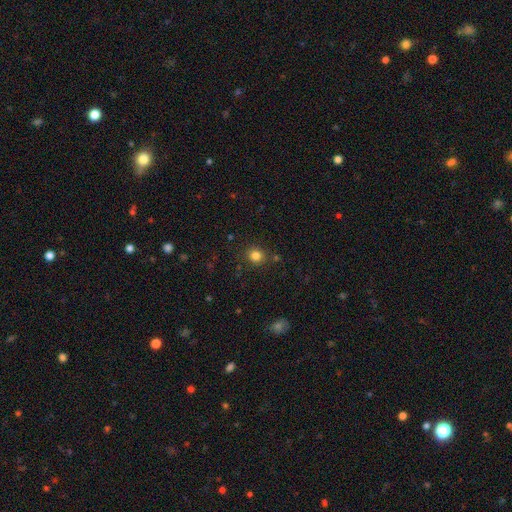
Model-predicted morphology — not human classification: A smooth galaxy with no disk features (81%) that is round (83%). Merging: none (85%).